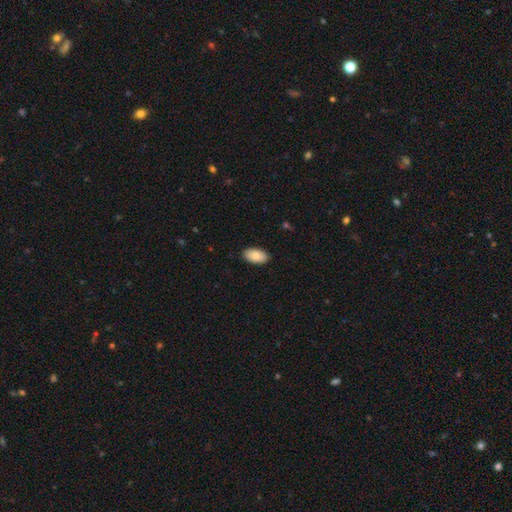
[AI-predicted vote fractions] Smooth or featured: smooth — 88% (featured or disk — 6%)
How rounded: in between — 95% (round — 3%)
Merging: none — 89% (minor disturbance — 8%)